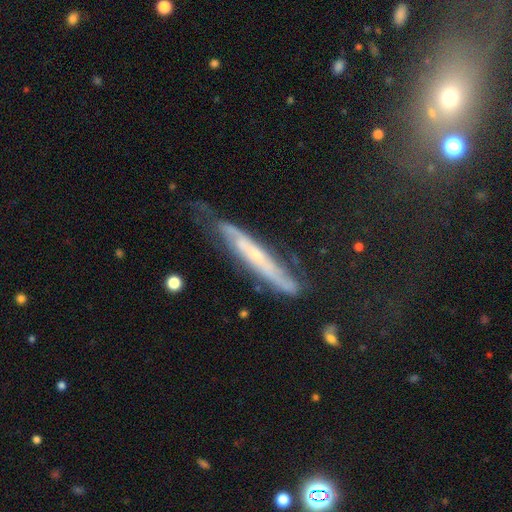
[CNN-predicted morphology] Smooth or featured? featured or disk (68%)
Edge-on disk? yes (64%)
Merging? none (56%)